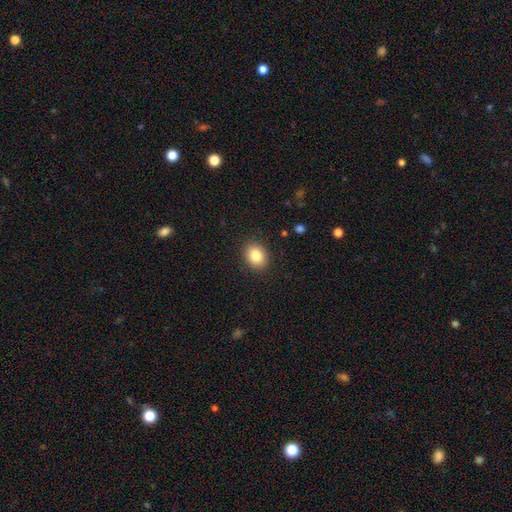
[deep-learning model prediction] smooth 83%, star or artifact 9%, featured or disk 8%. Down the decision tree: how rounded — in between (51%); merging — none (89%).